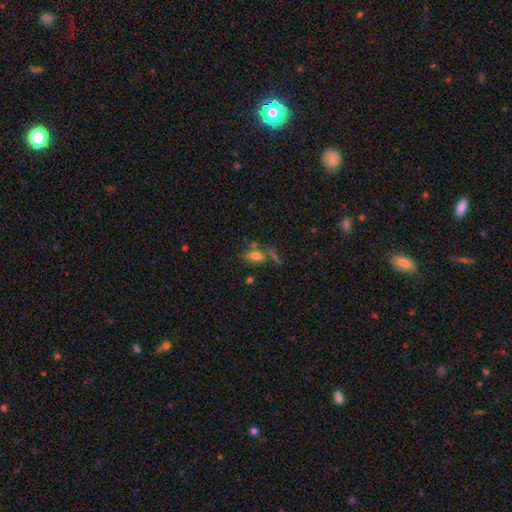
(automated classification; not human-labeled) Overall: smooth (66%). How rounded: in between (77%). Merging: none (53%; merger 20%).